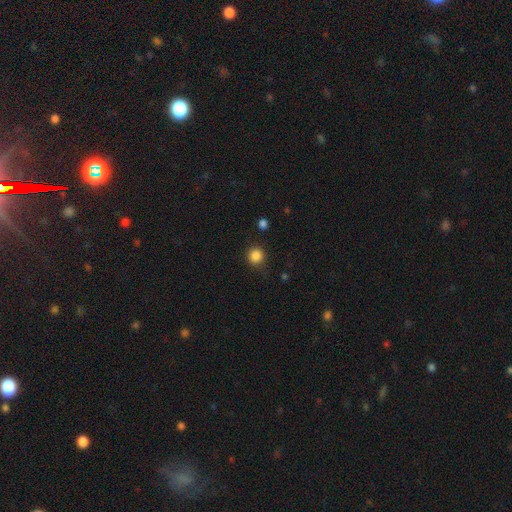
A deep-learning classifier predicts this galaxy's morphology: Overall: smooth (86%). How rounded: round (92%). Merging: none (87%).